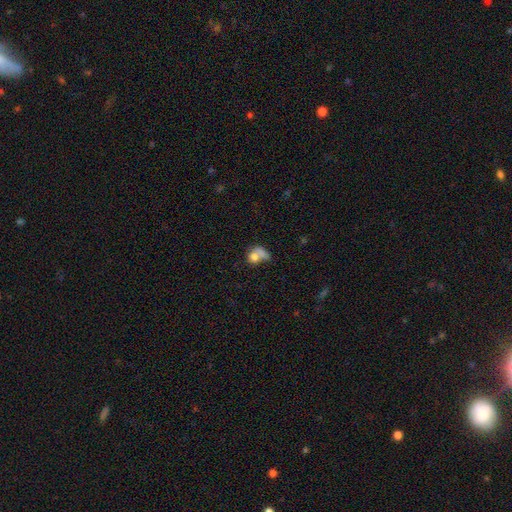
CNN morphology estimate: Smooth or featured? Predicted: smooth (p=0.70). How rounded? Predicted: round (p=0.49). Merging? Predicted: merger (p=0.48).